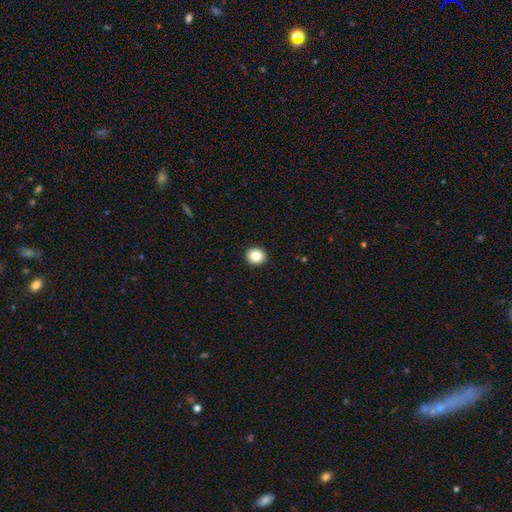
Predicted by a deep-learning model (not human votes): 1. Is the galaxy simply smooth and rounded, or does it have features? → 85% smooth, 9% star or artifact, 6% featured or disk.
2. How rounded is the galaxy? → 83% round, 16% in between, 1% cigar-shaped.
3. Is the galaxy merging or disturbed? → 93% none, 4% minor disturbance, 1% major disturbance, 1% merger.